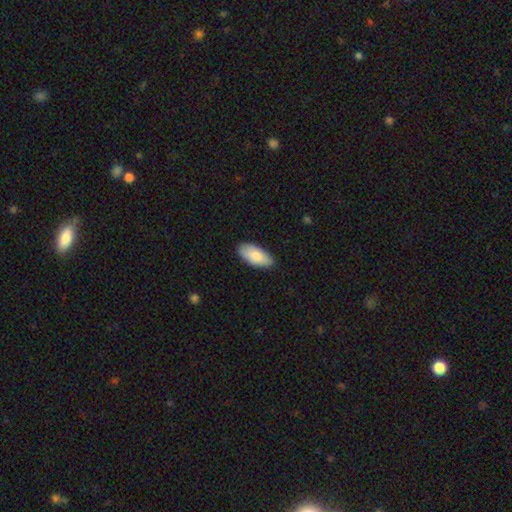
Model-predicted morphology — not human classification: Smooth or featured: smooth — 83% (featured or disk — 12%)
How rounded: in between — 92% (cigar-shaped — 6%)
Merging: none — 84% (minor disturbance — 13%)